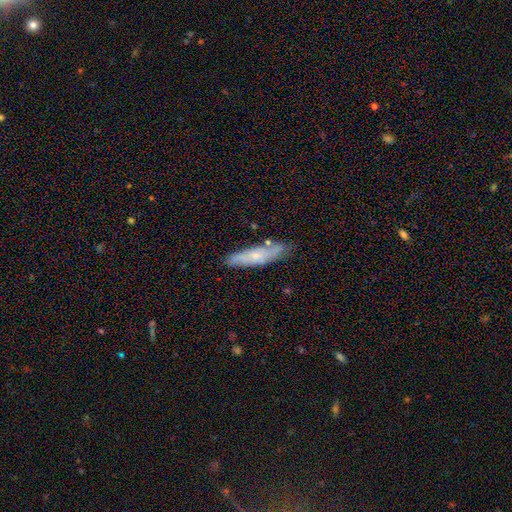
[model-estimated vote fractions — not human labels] Smooth or featured?
  - smooth: 51% *
  - featured or disk: 43%
  - star or artifact: 6%
How rounded?
  - cigar-shaped: 77% *
  - in between: 21%
  - round: 2%
Merging?
  - none: 76% *
  - minor disturbance: 17%
  - merger: 4%
  - major disturbance: 3%